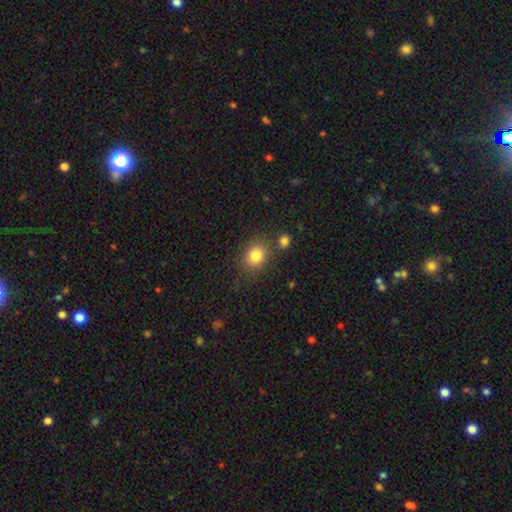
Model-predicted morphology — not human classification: smooth 82%, star or artifact 11%, featured or disk 7%. Down the decision tree: how rounded — round (66%); merging — none (75%).